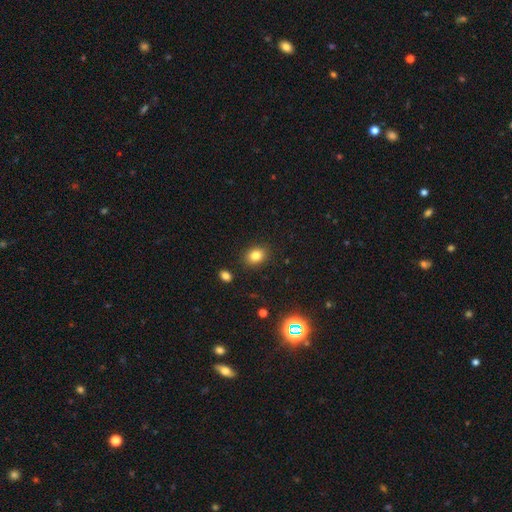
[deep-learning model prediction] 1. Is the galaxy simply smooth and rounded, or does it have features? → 81% smooth, 12% star or artifact, 7% featured or disk.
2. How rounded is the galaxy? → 56% in between, 43% round, 1% cigar-shaped.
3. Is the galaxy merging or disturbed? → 87% none, 8% minor disturbance, 2% major disturbance, 2% merger.